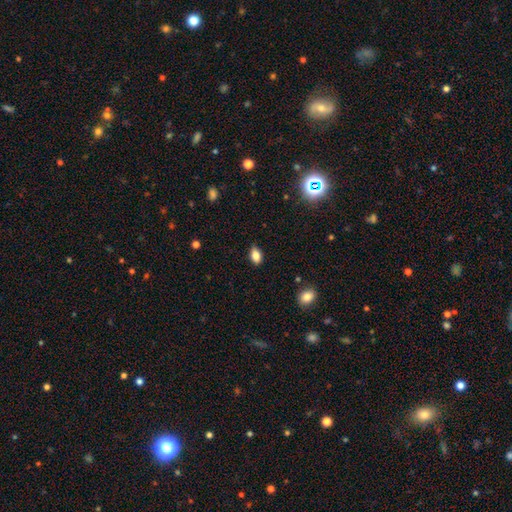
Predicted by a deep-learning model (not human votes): Smooth or featured?
  - smooth: 82% *
  - star or artifact: 10%
  - featured or disk: 8%
How rounded?
  - in between: 86% *
  - round: 10%
  - cigar-shaped: 3%
Merging?
  - none: 83% *
  - minor disturbance: 13%
  - major disturbance: 2%
  - merger: 1%